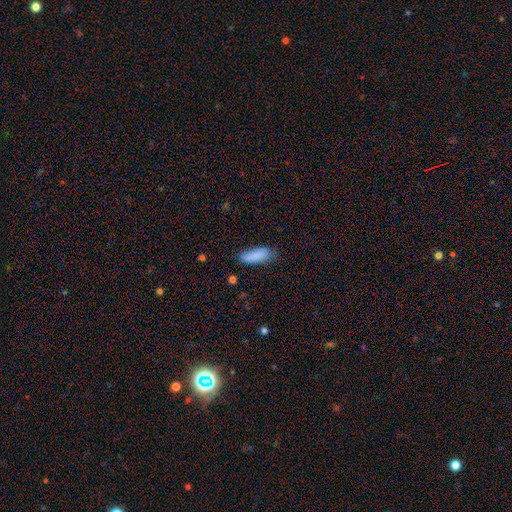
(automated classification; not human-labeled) Overall: smooth (85%). How rounded: in between (64%; cigar-shaped 34%). Merging: none (68%).